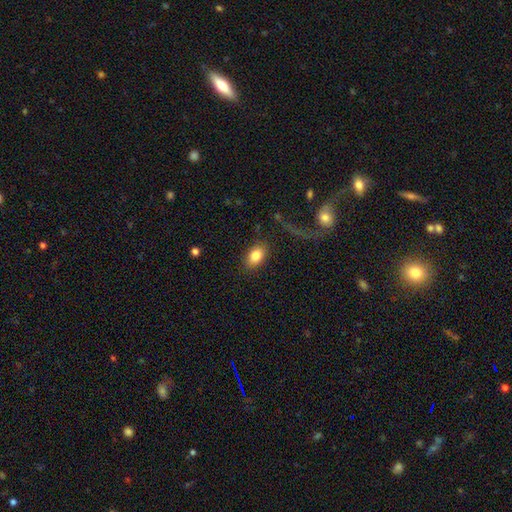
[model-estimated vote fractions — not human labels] This is clearly a smooth galaxy (83%). How rounded: clearly in between (85%). Merging: clearly none (82%).